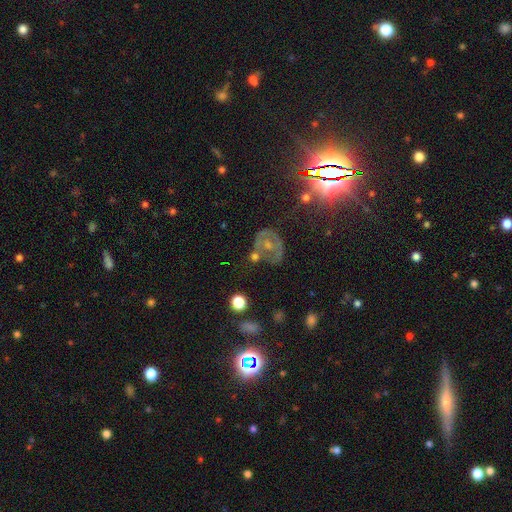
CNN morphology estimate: Smooth or featured? featured or disk (45%)
Merging? none (50%)